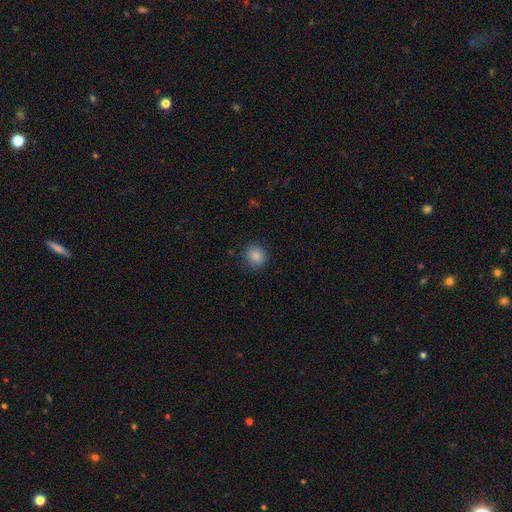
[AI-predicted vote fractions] A smooth galaxy with no disk features (86%) that is round (80%). Merging: none (85%).